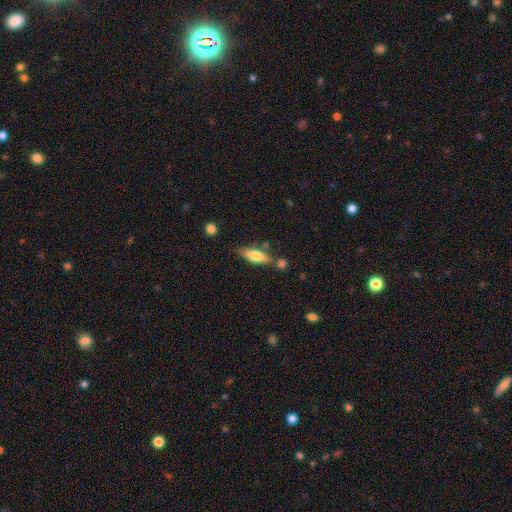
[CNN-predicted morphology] Smooth or featured?
  - smooth: 70% *
  - featured or disk: 24%
  - star or artifact: 6%
How rounded?
  - in between: 54% *
  - cigar-shaped: 44%
  - round: 2%
Merging?
  - none: 66% *
  - minor disturbance: 17%
  - merger: 13%
  - major disturbance: 4%